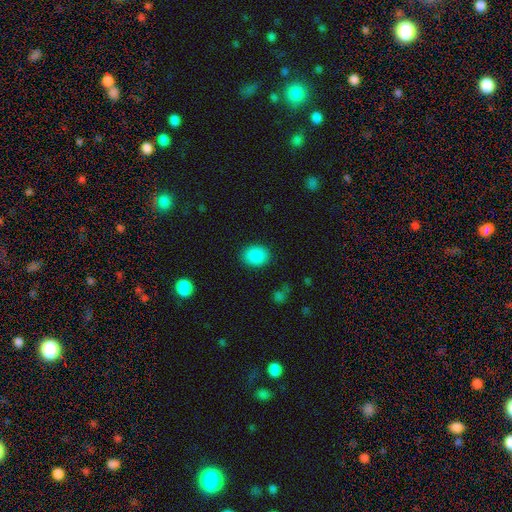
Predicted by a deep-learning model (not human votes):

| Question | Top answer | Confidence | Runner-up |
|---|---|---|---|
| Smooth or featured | smooth | 88% | star or artifact (8%) |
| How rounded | round | 51% | in between (48%) |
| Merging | none | 87% | minor disturbance (9%) |